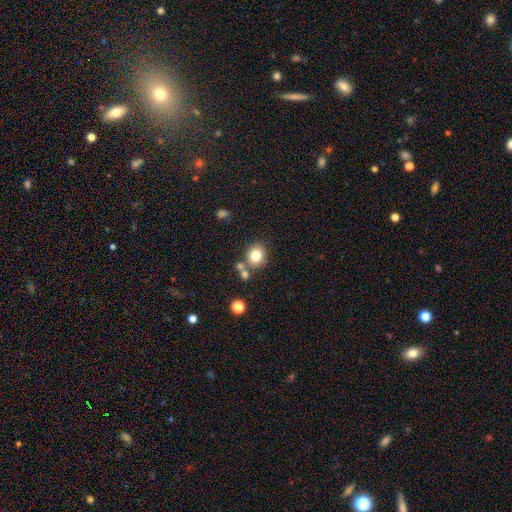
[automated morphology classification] Smooth or featured? Predicted: smooth (p=0.79). How rounded? Predicted: round (p=0.78). Merging? Predicted: none (p=0.68).